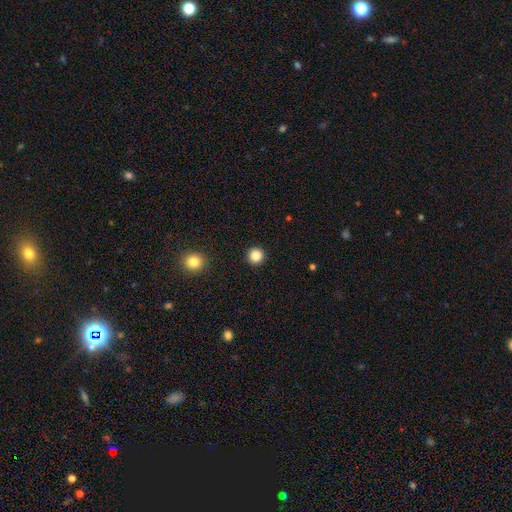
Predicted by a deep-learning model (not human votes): Smooth or featured? Predicted: smooth (p=0.85). How rounded? Predicted: round (p=0.96). Merging? Predicted: none (p=0.93).